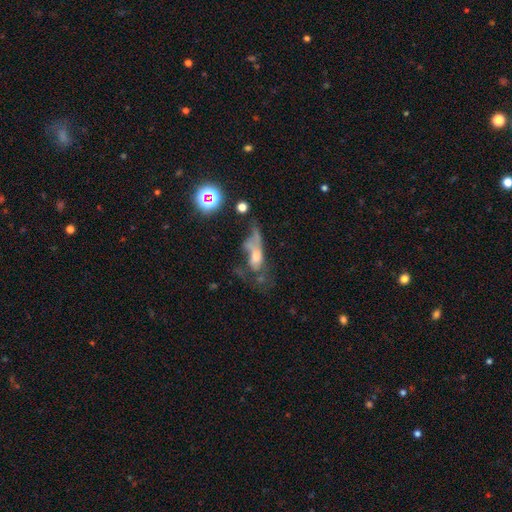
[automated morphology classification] A featured or disk galaxy (51%).

Vote fractions:
- Smooth or featured? featured or disk: 51% / smooth: 31% / star or artifact: 18%
- Edge-on disk? no: 78% / yes: 22%
- Merging? major disturbance: 48% / none: 23% / minor disturbance: 16% / merger: 14%